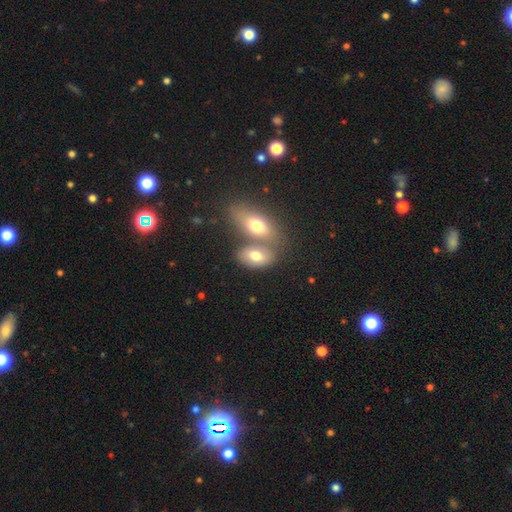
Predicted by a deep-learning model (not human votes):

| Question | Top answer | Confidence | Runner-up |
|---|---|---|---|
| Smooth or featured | smooth | 69% | featured or disk (22%) |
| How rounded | in between | 85% | round (10%) |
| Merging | merger | 53% | none (34%) |